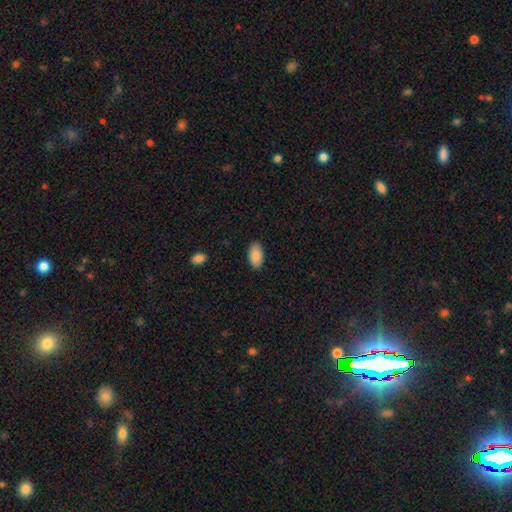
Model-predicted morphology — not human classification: Overall: smooth (88%). How rounded: in between (95%). Merging: none (88%).